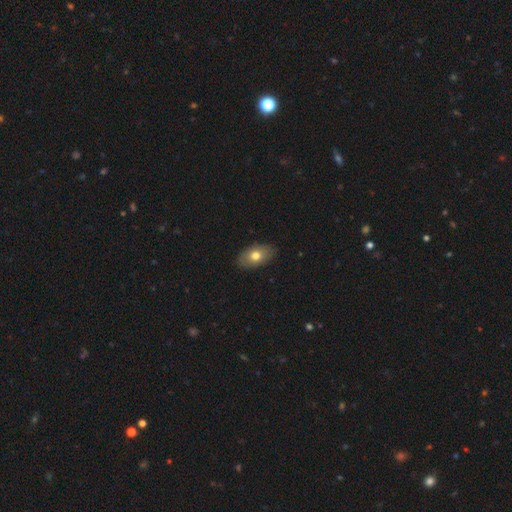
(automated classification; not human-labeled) Smooth or featured: smooth — 71% (featured or disk — 22%)
How rounded: in between — 91% (round — 8%)
Merging: none — 86% (minor disturbance — 11%)